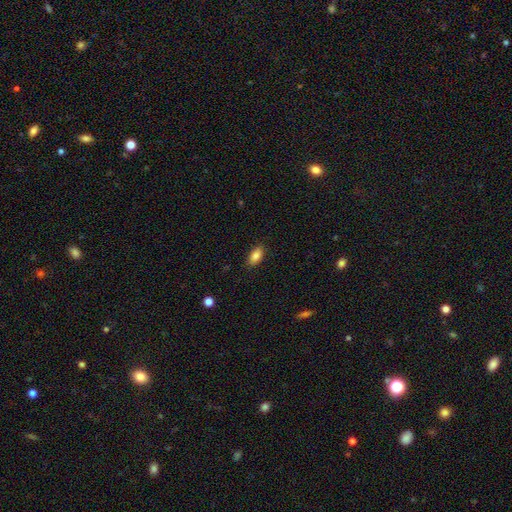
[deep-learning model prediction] This appears to be a smooth galaxy with no disk features (85%) that is in between round and cigar-shaped (90%). Merging: none (86%).